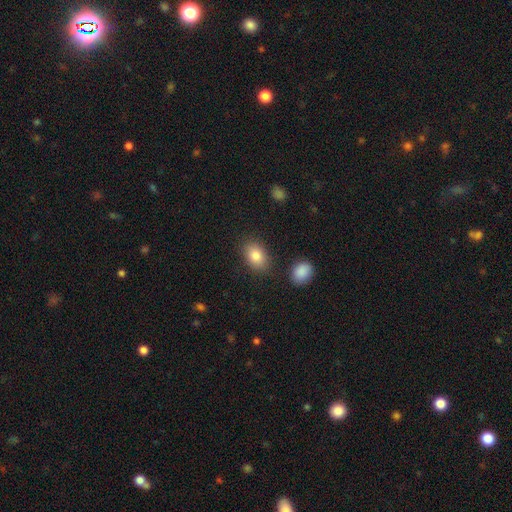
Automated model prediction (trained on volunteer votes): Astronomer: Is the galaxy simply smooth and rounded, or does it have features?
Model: smooth — 84%.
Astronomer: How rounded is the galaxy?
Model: in between — 84%.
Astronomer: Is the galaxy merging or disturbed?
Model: none — 82%.